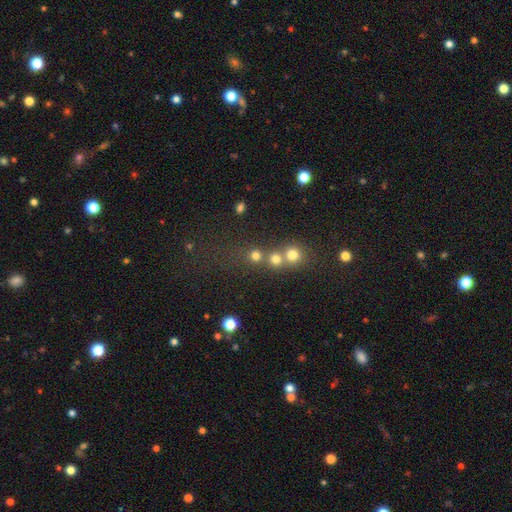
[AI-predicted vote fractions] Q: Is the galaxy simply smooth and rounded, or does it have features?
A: smooth — 73%.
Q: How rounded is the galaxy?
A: round — 89%.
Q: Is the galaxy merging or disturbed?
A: none — 55%.